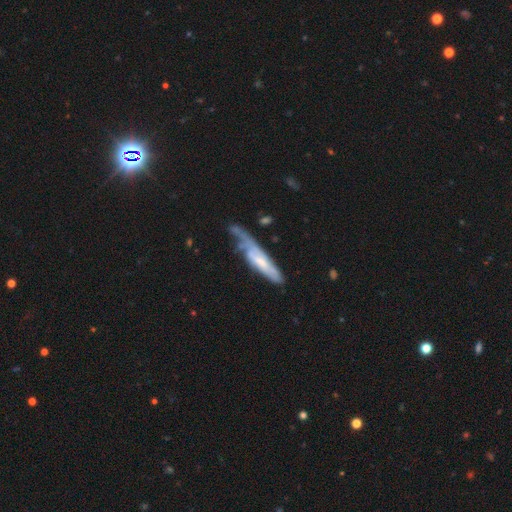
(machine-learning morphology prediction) Smooth or featured? featured or disk (59%)
Edge-on disk? no (54%)
Merging? none (43%)